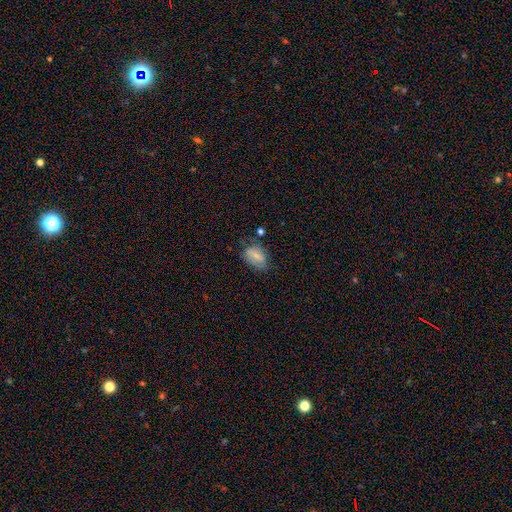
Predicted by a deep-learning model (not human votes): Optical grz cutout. It shows a smooth galaxy with no disk features (65%) that is in between round and cigar-shaped (80%). Merging: none (55%).